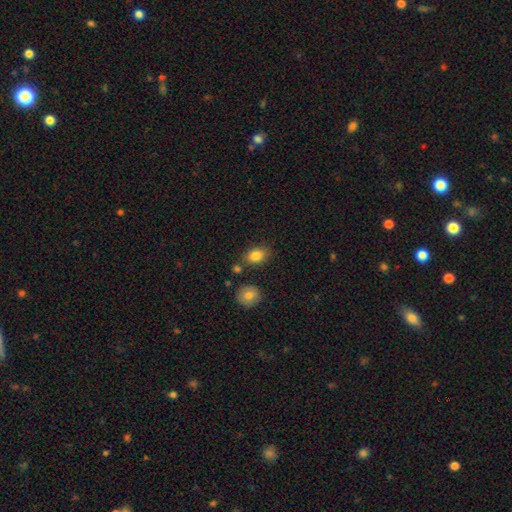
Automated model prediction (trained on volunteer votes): Q: Smooth or featured?
A: smooth (84%); runner-up: star or artifact (9%)
Q: How rounded?
A: in between (74%); runner-up: round (25%)
Q: Merging?
A: none (74%); runner-up: minor disturbance (14%)